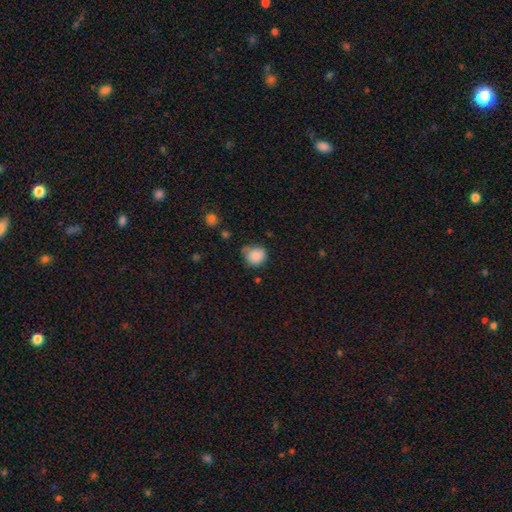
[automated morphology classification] This appears to be a smooth galaxy with no disk features (85%) that is round (80%). Merging: none (55%).